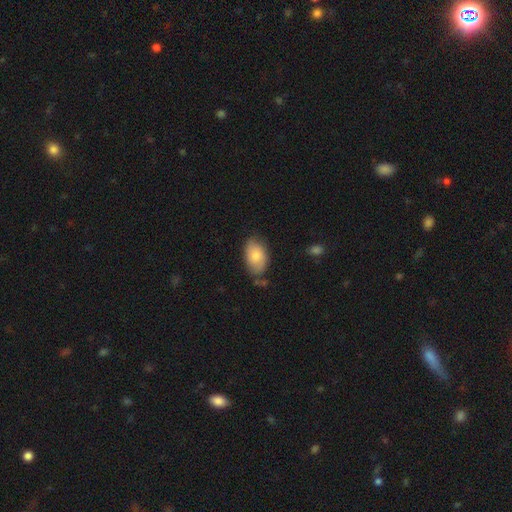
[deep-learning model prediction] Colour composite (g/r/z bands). It shows a smooth galaxy with no disk features (79%) that is in between round and cigar-shaped (91%). Merging: none (67%).